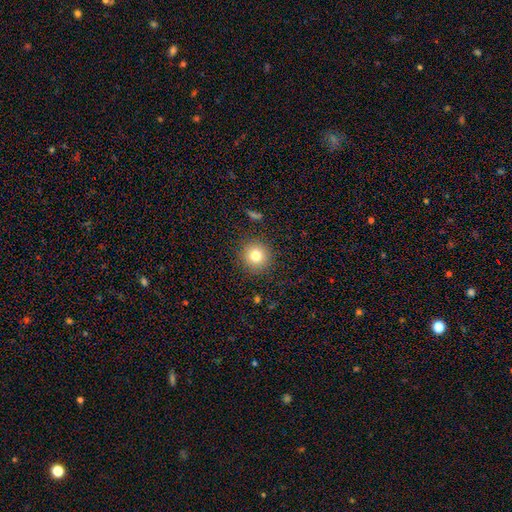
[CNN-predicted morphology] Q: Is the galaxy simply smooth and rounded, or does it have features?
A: smooth — 79%.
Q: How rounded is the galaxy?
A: round — 94%.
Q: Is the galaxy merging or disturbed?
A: none — 90%.